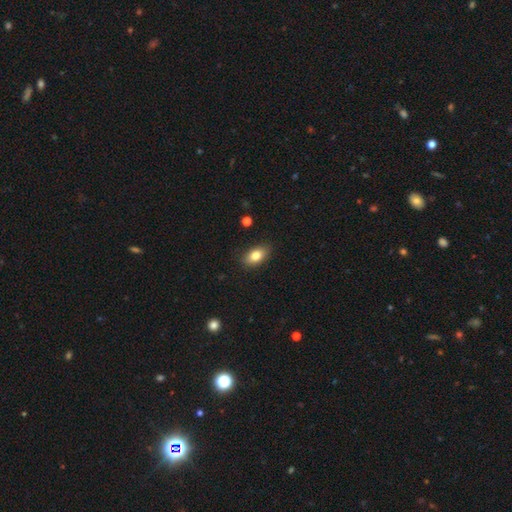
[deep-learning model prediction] The model was most divided on "smooth or featured": smooth: 81%, featured or disk: 11%, star or artifact: 8%. More confident: how rounded — in between (88%); merging — none (87%).